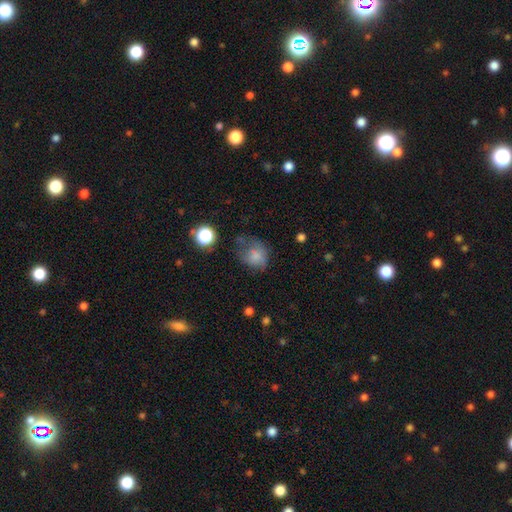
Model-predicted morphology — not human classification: type=smooth (71%); roundness=round (57%); merging=none (38%).